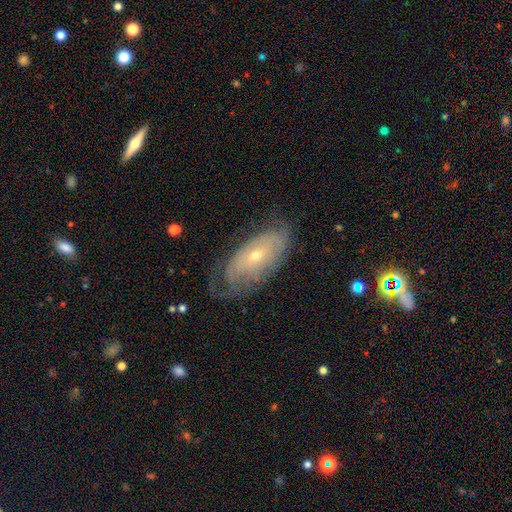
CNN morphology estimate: smooth_or_featured: featured or disk (p=0.68) [alt: smooth p=0.25]
disk_edge_on: no (p=0.89) [alt: yes p=0.11]
bar: no (p=0.70) [alt: weak p=0.24]
has_spiral_arms: yes (p=0.75) [alt: no p=0.25]
bulge_size: small (p=0.59) [alt: moderate p=0.37]
merging: none (p=0.55) [alt: minor disturbance p=0.27]